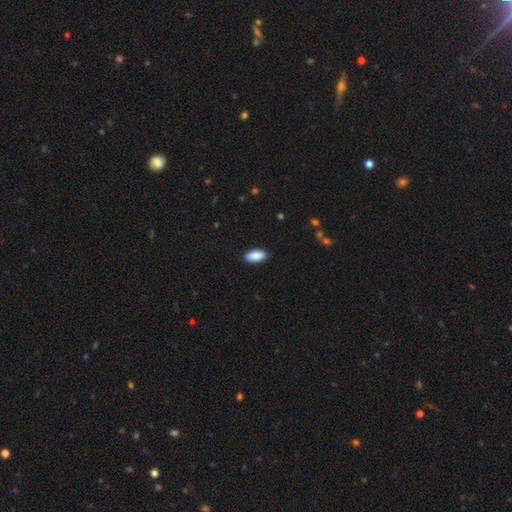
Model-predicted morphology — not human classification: This appears to be a smooth galaxy with no disk features (90%) that is in between round and cigar-shaped (90%). Merging: none (89%).